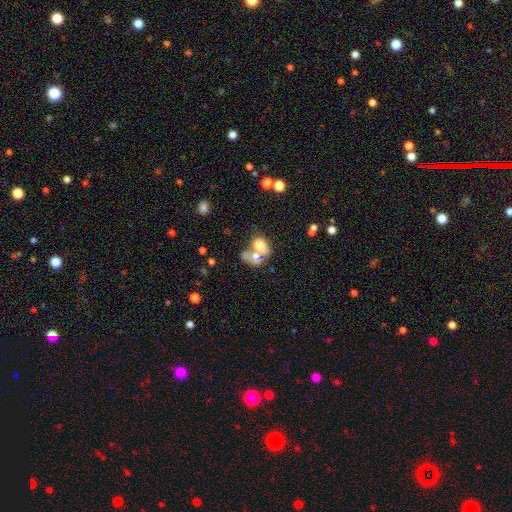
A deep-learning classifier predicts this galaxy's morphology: A smooth galaxy with no disk features (67%) that is in between round and cigar-shaped (75%). Merging: merger (71%).